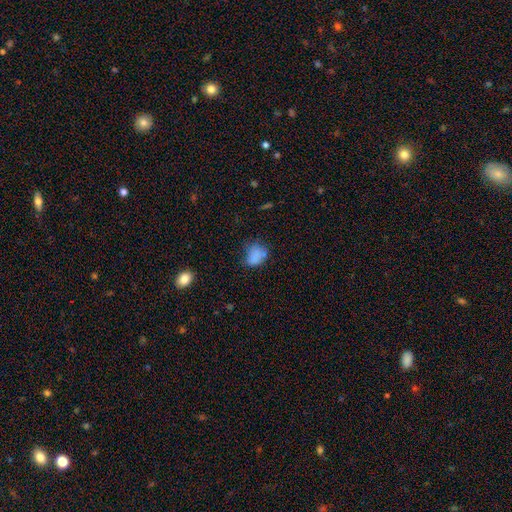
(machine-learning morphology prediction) This is likely a smooth galaxy (77%). How rounded: likely in between (66%). Merging: possibly none (47%).